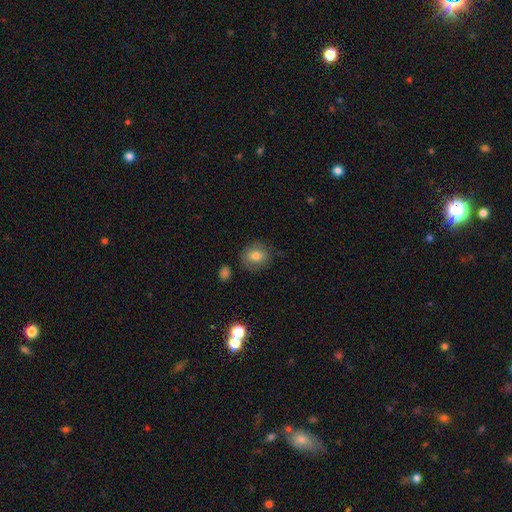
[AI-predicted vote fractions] This is likely a smooth galaxy (77%). How rounded: likely round (76%). Merging: clearly none (82%).